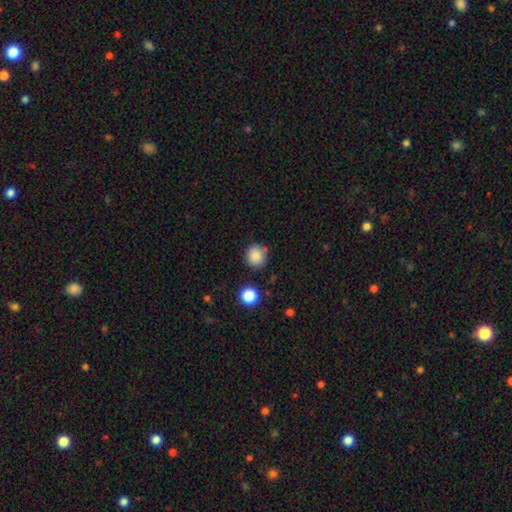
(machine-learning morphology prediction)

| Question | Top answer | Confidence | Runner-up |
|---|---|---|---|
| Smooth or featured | smooth | 86% | star or artifact (10%) |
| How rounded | round | 91% | in between (8%) |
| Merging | none | 80% | minor disturbance (11%) |